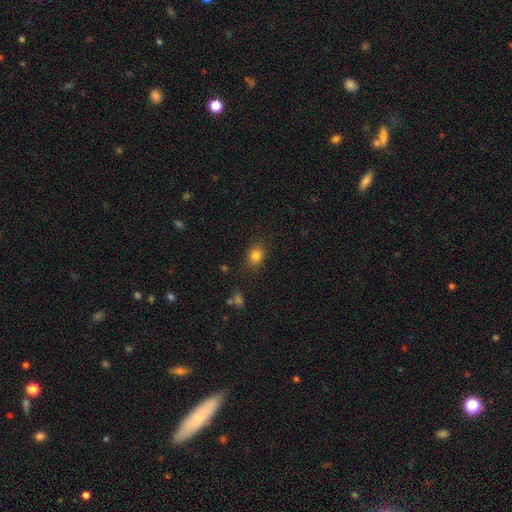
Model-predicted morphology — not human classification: Smooth or featured? Predicted: smooth (p=0.82). How rounded? Predicted: in between (p=0.52). Merging? Predicted: none (p=0.83).